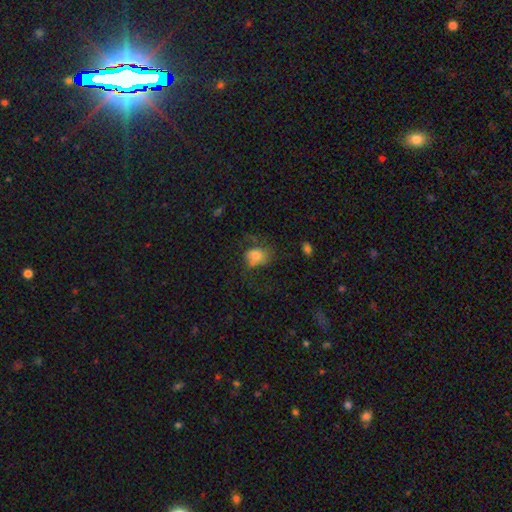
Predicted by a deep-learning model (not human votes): smooth-or-featured: smooth: 70% | featured or disk: 19% | star or artifact: 12%
  how-rounded: in between: 58% | round: 40% | cigar-shaped: 1%
  merging: none: 39% | major disturbance: 31% | minor disturbance: 25% | merger: 5%